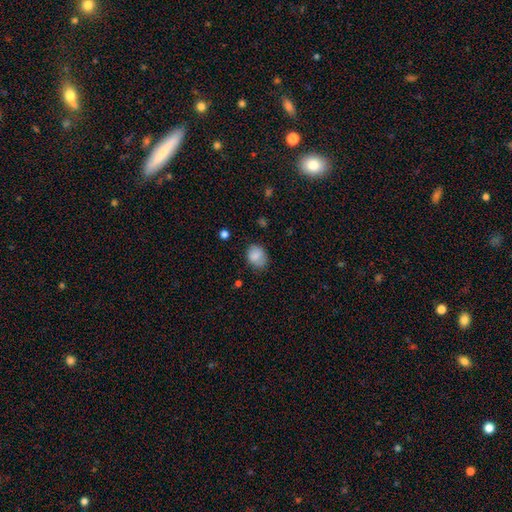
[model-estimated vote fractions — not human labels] This is clearly a smooth galaxy (82%). How rounded: possibly in between (51%). Merging: likely none (67%).